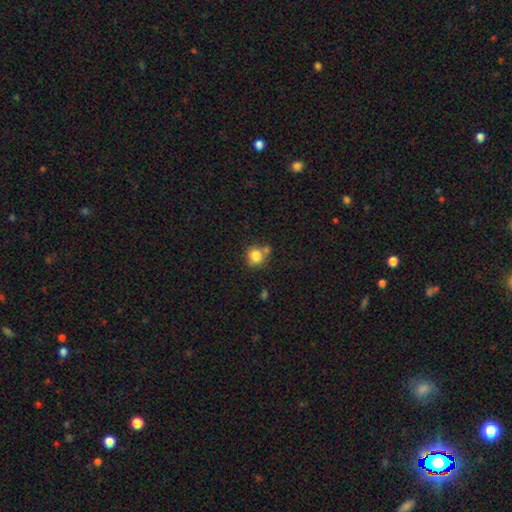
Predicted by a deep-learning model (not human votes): A smooth galaxy with no disk features (83%) that is round (87%). Merging: none (60%).